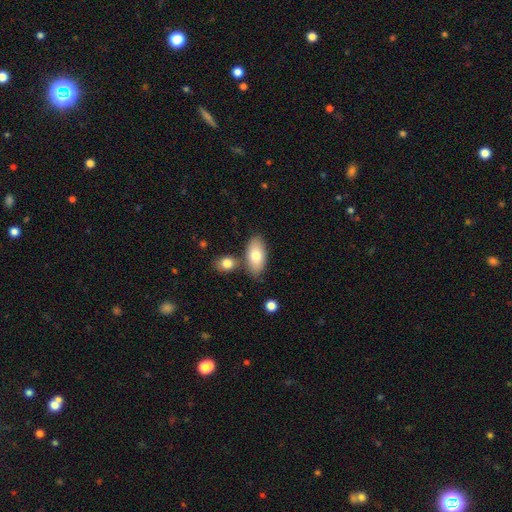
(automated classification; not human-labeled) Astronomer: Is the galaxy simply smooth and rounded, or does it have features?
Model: smooth — 76%.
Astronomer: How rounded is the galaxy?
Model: in between — 92%.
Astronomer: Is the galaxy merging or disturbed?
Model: none — 72%.